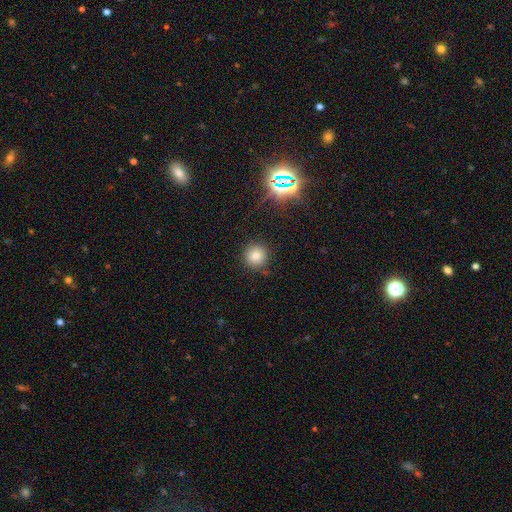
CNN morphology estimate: type=smooth (78%); roundness=round (93%); merging=none (88%).